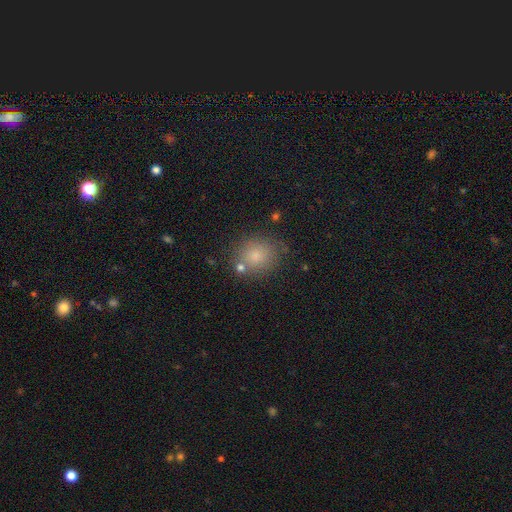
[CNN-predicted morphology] This is likely a smooth galaxy (78%). How rounded: likely round (77%). Merging: likely none (76%).